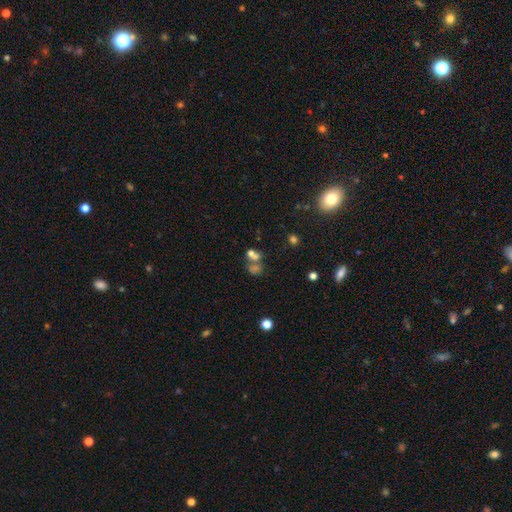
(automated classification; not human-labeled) Overall: smooth (48%; star or artifact 33%). Merging: none (42%; merger 41%).